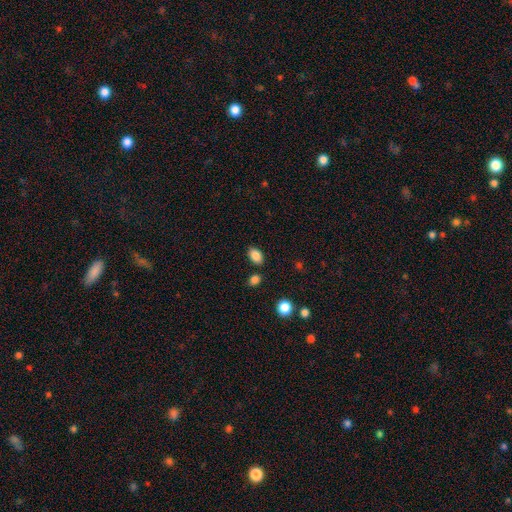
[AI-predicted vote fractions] Smooth or featured? smooth (86%)
How rounded? in between (84%)
Merging? none (82%)